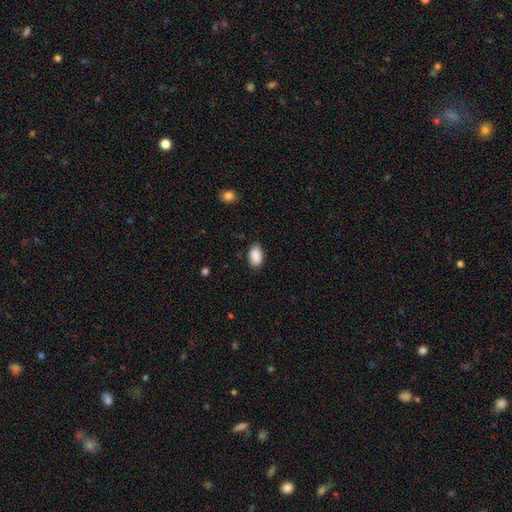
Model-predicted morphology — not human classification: The model was most divided on "merging": none: 81%, minor disturbance: 15%, major disturbance: 3%, merger: 1%. More confident: how rounded — in between (92%); smooth or featured — smooth (90%).